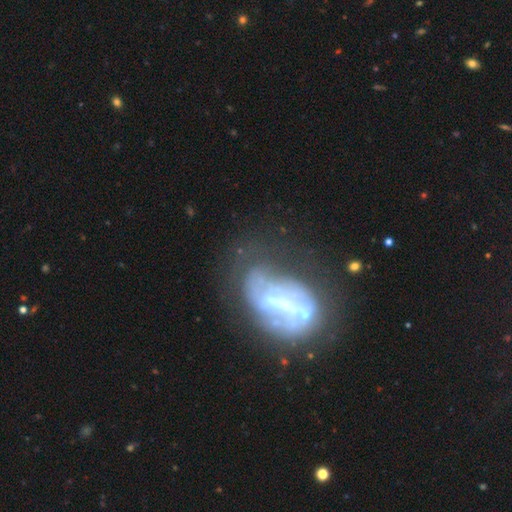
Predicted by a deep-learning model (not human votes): This is likely a featured or disk galaxy (68%). It is clearly not viewed edge-on (88%). Bar: possibly strong (52%). Spiral arm pattern: possibly yes (51%). Central bulge: marginally none (36%). Merging: marginally none (44%).